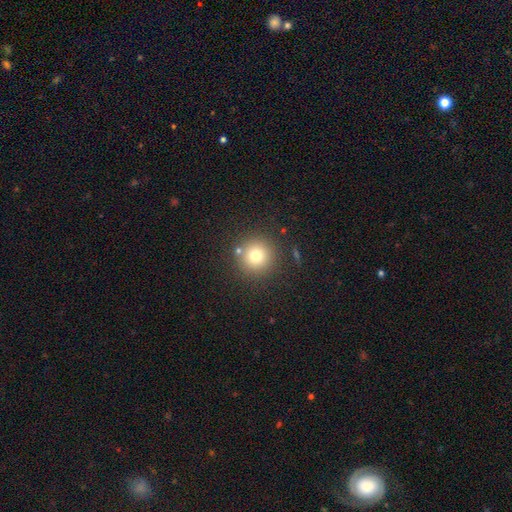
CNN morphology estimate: Smooth or featured? Predicted: smooth (p=0.75). How rounded? Predicted: round (p=0.95). Merging? Predicted: none (p=0.84).